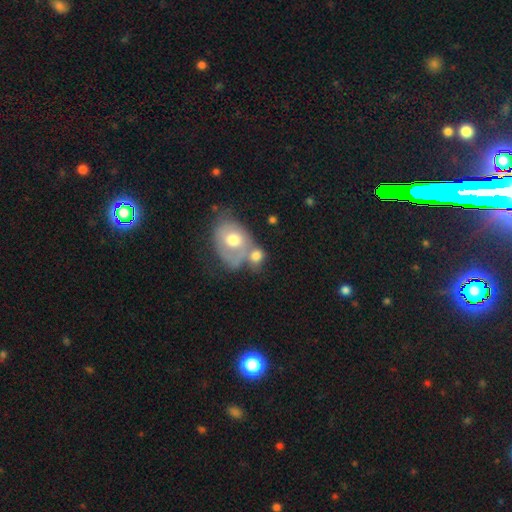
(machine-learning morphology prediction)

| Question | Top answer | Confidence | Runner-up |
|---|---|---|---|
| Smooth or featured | smooth | 64% | featured or disk (28%) |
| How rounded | round | 50% | in between (48%) |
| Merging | merger | 52% | none (27%) |